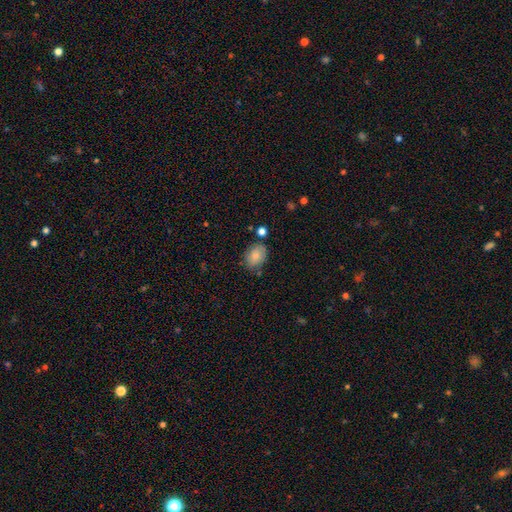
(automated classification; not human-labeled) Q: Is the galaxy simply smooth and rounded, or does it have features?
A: smooth — 85%.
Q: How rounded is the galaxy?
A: in between — 73%.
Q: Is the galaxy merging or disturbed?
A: none — 75%.